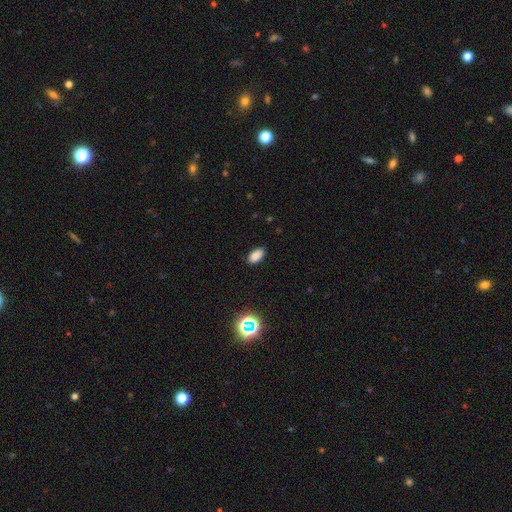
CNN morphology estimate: Q: Smooth or featured?
A: smooth (83%); runner-up: star or artifact (13%)
Q: How rounded?
A: in between (92%); runner-up: round (5%)
Q: Merging?
A: none (87%); runner-up: minor disturbance (10%)